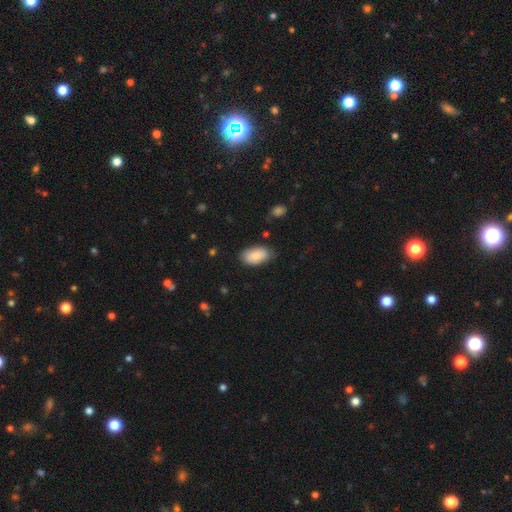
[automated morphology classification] The model was most divided on "merging": none: 77%, minor disturbance: 18%, major disturbance: 3%, merger: 2%. More confident: how rounded — in between (95%); smooth or featured — smooth (86%).